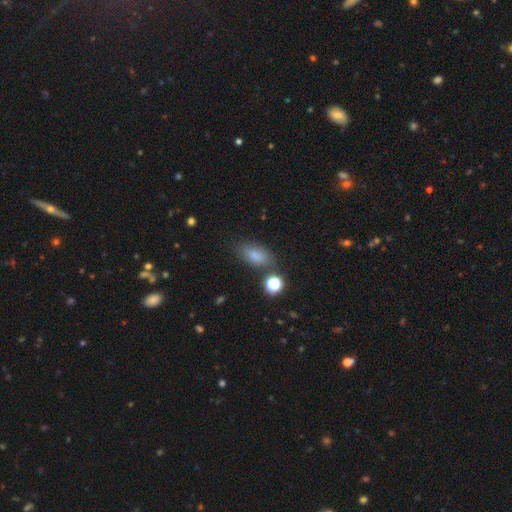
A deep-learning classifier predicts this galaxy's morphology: Smooth or featured? smooth (80%)
How rounded? in between (86%)
Merging? none (73%)